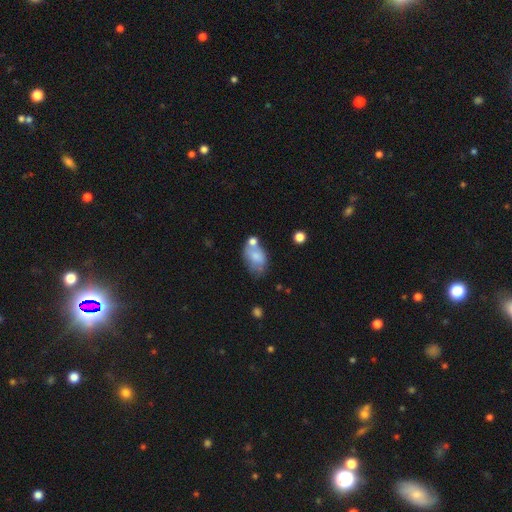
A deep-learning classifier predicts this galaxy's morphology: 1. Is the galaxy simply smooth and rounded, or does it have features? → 68% smooth, 23% featured or disk, 9% star or artifact.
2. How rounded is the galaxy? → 87% in between, 12% round, 2% cigar-shaped.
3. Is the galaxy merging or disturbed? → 38% none, 28% merger, 23% minor disturbance, 12% major disturbance.